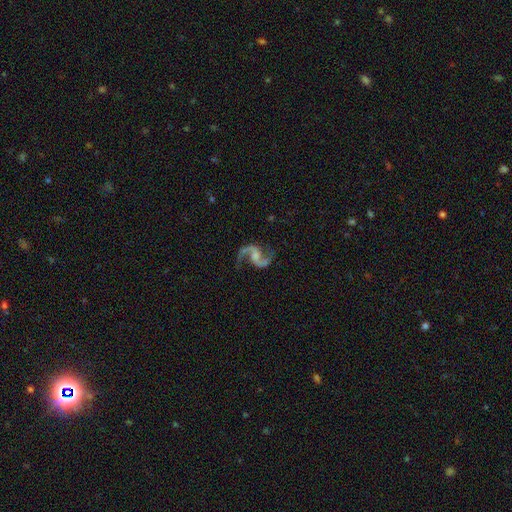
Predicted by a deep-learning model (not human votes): Morphology: type=featured or disk (92%); edge-on=no (98%); bar=no (47%); spiral arms=yes (98%); winding=loose (56%); arm count=2 (94%); bulge=small (33%); merging=none (77%).